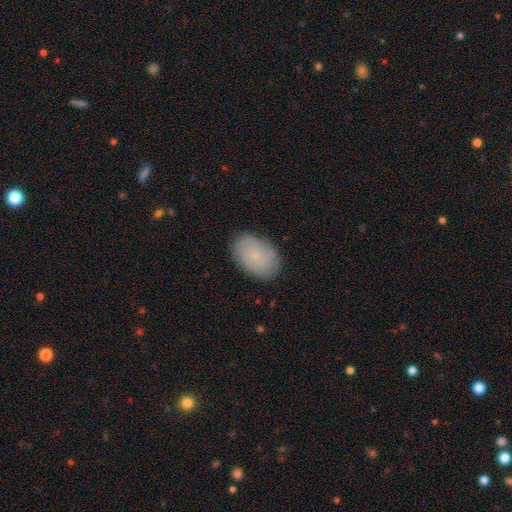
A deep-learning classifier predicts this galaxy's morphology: The model was most divided on "smooth or featured": smooth: 64%, featured or disk: 28%, star or artifact: 8%. More confident: how rounded — in between (87%); merging — none (83%).